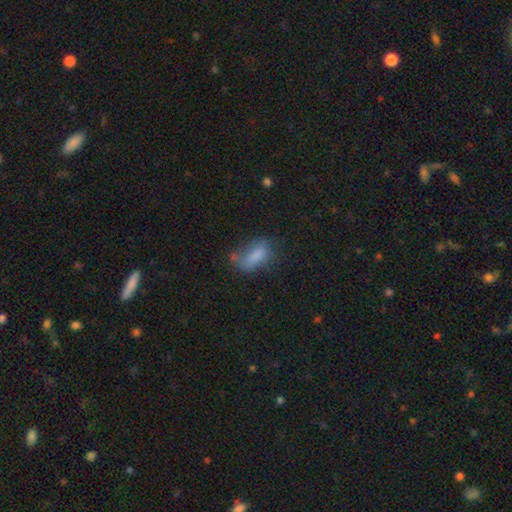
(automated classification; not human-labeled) The model was most divided on "merging": none: 37%, minor disturbance: 28%, major disturbance: 24%, merger: 11%. More confident: how rounded — in between (85%); smooth or featured — smooth (73%).